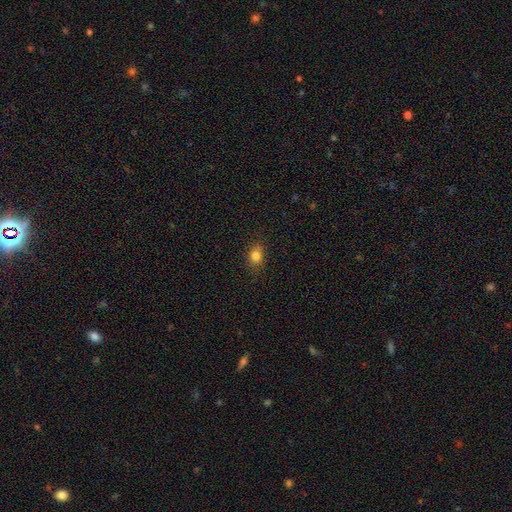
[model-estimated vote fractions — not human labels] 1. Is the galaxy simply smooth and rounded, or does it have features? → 82% smooth, 12% star or artifact, 6% featured or disk.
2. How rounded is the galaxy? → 50% in between, 48% round, 2% cigar-shaped.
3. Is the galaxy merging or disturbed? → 85% none, 12% minor disturbance, 3% major disturbance, 1% merger.